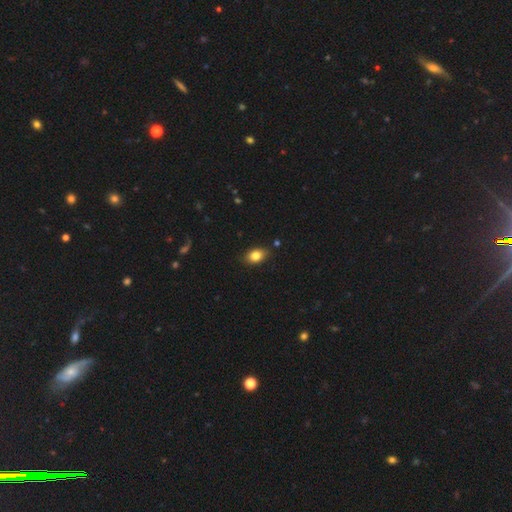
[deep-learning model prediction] A smooth galaxy with no disk features (83%) that is in between round and cigar-shaped (81%).

Vote fractions:
- Smooth or featured? smooth: 83% / star or artifact: 9% / featured or disk: 9%
- How rounded? in between: 81% / round: 18% / cigar-shaped: 2%
- Merging? none: 84% / minor disturbance: 12% / major disturbance: 2% / merger: 2%